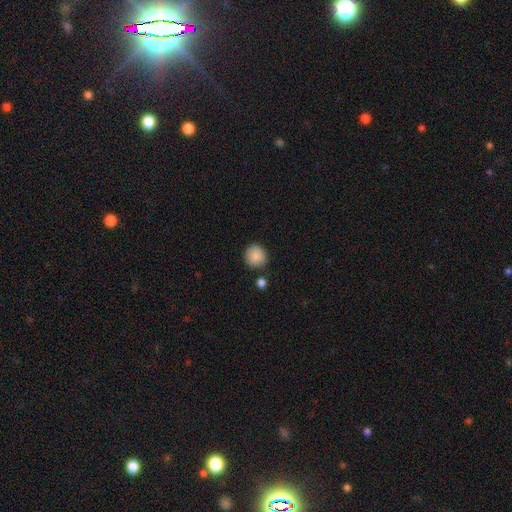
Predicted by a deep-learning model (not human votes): A smooth galaxy with no disk features (88%) that is round (89%). Merging: none (83%).